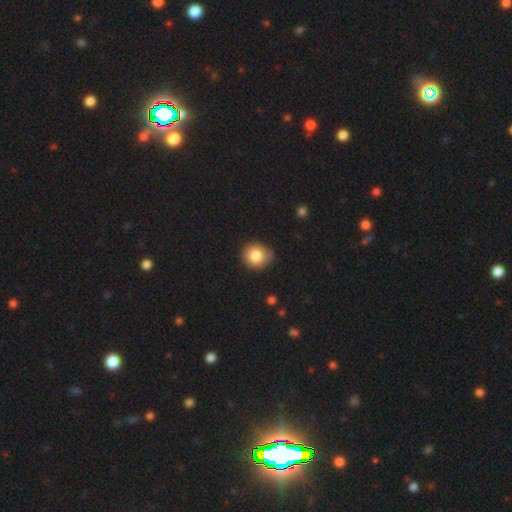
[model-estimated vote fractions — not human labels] Smooth or featured?
  - smooth: 82% *
  - star or artifact: 10%
  - featured or disk: 8%
How rounded?
  - round: 82% *
  - in between: 17%
  - cigar-shaped: 1%
Merging?
  - none: 75% *
  - minor disturbance: 20%
  - major disturbance: 3%
  - merger: 2%